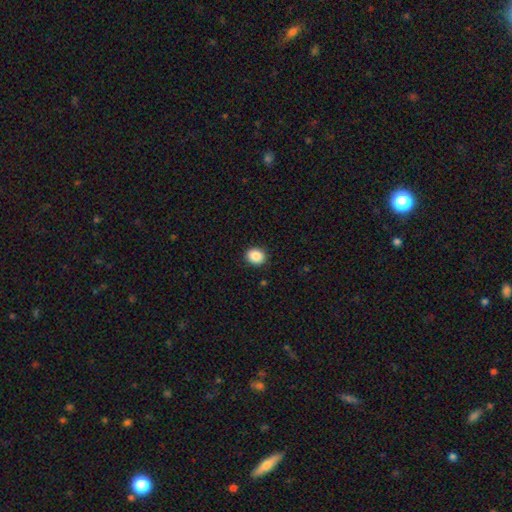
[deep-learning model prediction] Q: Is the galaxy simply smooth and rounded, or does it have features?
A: smooth — 88%.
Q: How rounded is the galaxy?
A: round — 68%.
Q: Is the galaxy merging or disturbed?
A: none — 90%.